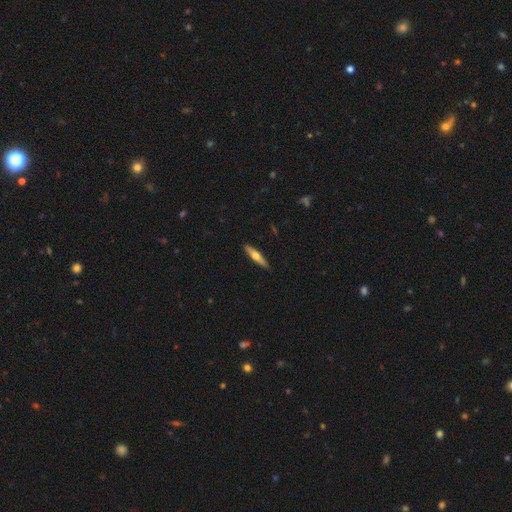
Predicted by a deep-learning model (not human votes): A smooth galaxy with no disk features (50%).

Vote fractions:
- Smooth or featured? smooth: 50% / featured or disk: 45% / star or artifact: 6%
- Merging? none: 90% / minor disturbance: 8% / major disturbance: 1% / merger: 1%